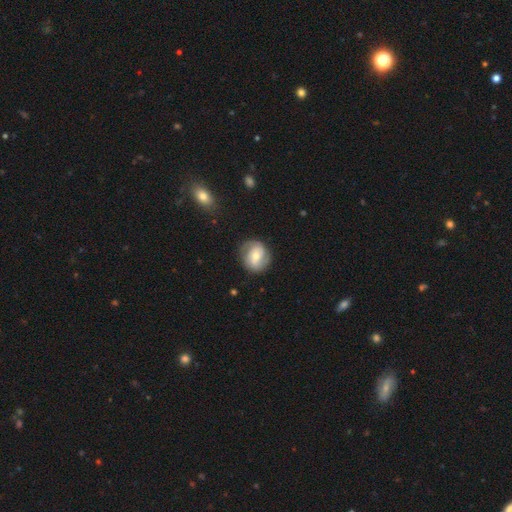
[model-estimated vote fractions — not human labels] Q: Smooth or featured?
A: featured or disk (61%); runner-up: smooth (32%)
Q: Edge-on disk?
A: no (97%); runner-up: yes (3%)
Q: Bar?
A: no (44%); runner-up: weak (40%)
Q: Spiral arms?
A: yes (82%); runner-up: no (18%)
Q: Bulge size?
A: moderate (56%); runner-up: small (38%)
Q: Merging?
A: none (77%); runner-up: minor disturbance (16%)